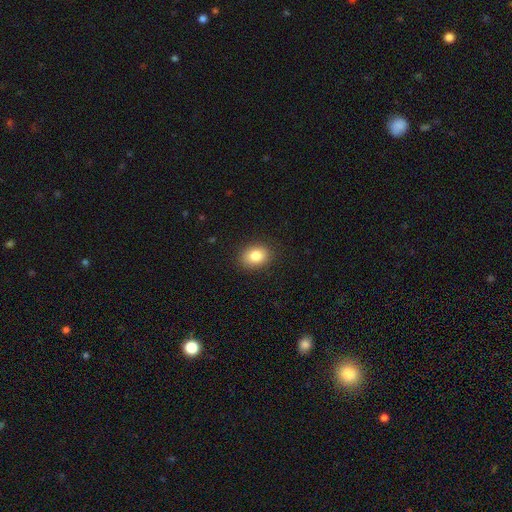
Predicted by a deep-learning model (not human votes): Q: Smooth or featured?
A: smooth (84%); runner-up: star or artifact (9%)
Q: How rounded?
A: in between (66%); runner-up: round (33%)
Q: Merging?
A: none (88%); runner-up: minor disturbance (9%)